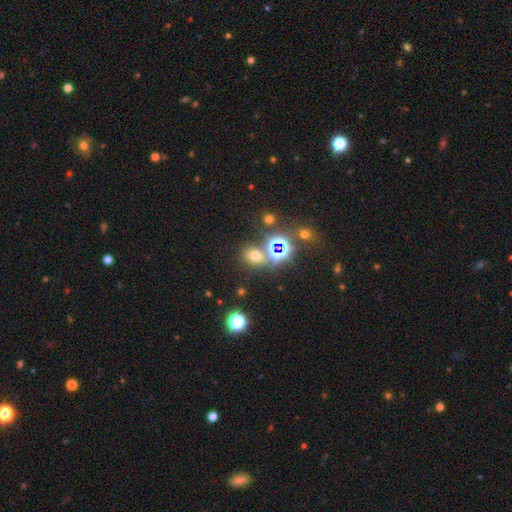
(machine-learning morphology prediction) The model was most divided on "smooth or featured": smooth: 53%, star or artifact: 38%, featured or disk: 9%. More confident: merging — none (70%); how rounded — round (57%).